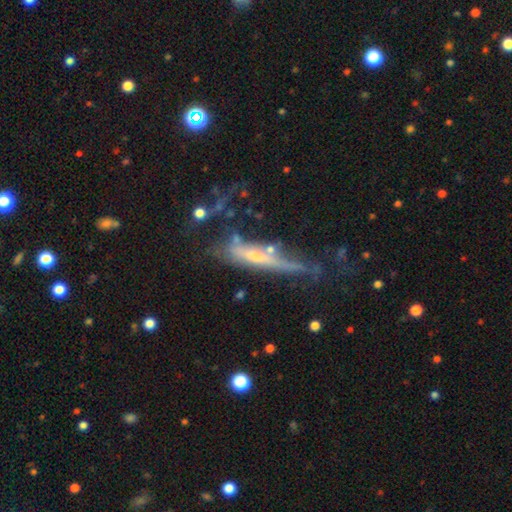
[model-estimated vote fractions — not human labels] Smooth or featured? Predicted: featured or disk (p=0.67). Edge-on disk? Predicted: yes (p=0.74). Merging? Predicted: none (p=0.34).